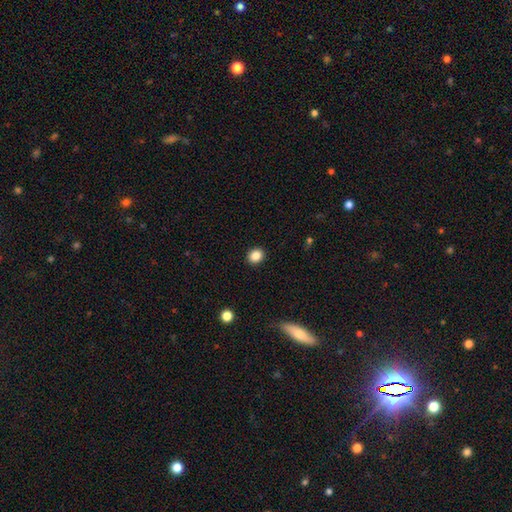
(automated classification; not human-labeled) This appears to be a smooth galaxy with no disk features (86%) that is round (71%). Merging: none (92%).